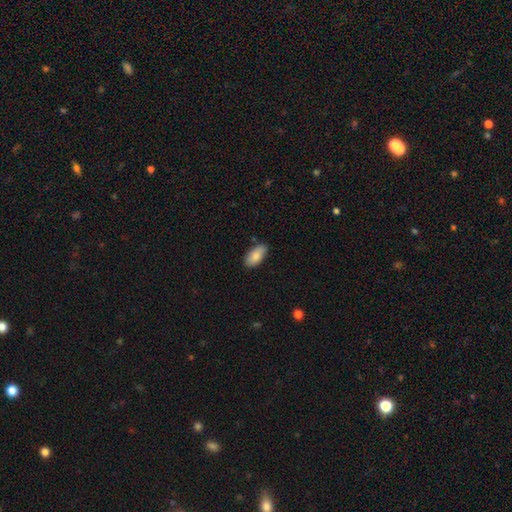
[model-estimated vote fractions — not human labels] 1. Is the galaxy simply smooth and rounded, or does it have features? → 83% smooth, 10% featured or disk, 6% star or artifact.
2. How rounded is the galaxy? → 92% in between, 5% cigar-shaped, 2% round.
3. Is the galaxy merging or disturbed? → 82% none, 15% minor disturbance, 2% major disturbance, 2% merger.